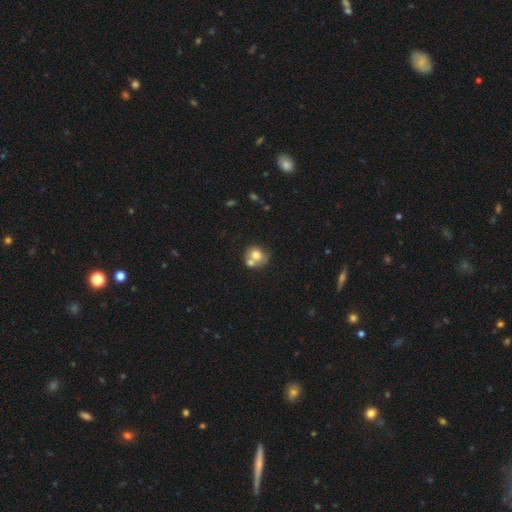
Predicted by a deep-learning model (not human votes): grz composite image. It shows a smooth galaxy with no disk features (70%) that is round (72%). Merging: merger (46%).